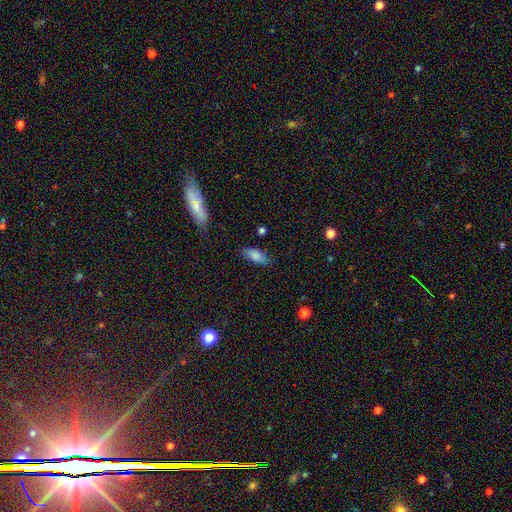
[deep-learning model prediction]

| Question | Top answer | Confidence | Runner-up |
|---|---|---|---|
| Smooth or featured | smooth | 83% | featured or disk (9%) |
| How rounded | in between | 82% | cigar-shaped (15%) |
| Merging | none | 80% | minor disturbance (14%) |